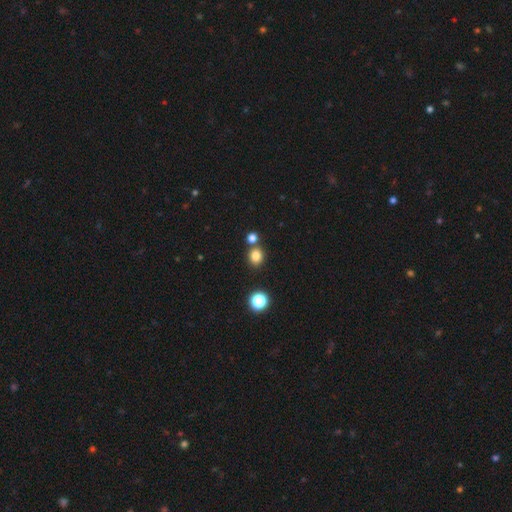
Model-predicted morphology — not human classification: A smooth galaxy with no disk features (81%) that is round (77%). Merging: none (73%).